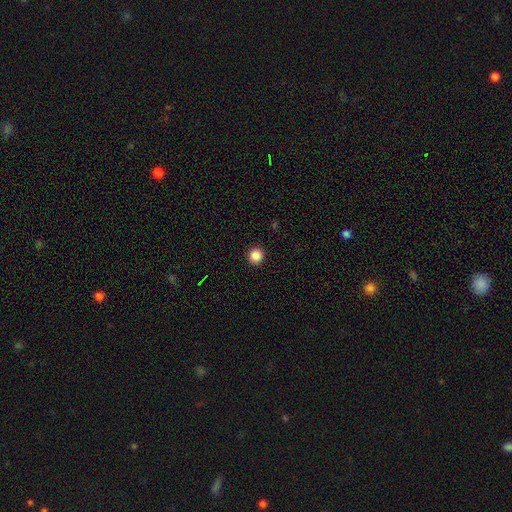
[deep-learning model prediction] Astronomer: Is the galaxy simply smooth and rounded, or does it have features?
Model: smooth — 87%.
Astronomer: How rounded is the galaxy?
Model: round — 95%.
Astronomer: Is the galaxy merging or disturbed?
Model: none — 93%.